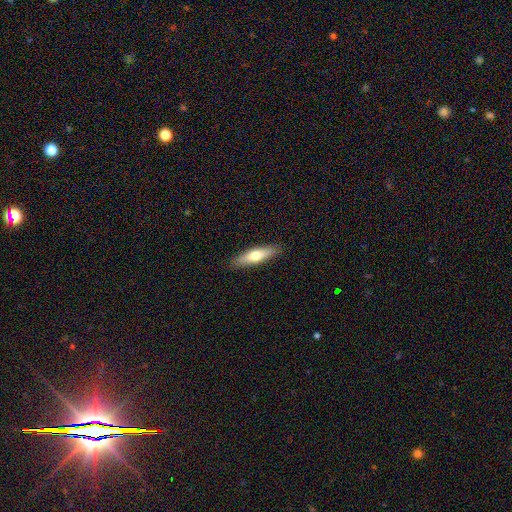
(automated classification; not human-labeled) Smooth or featured: smooth — 61% (featured or disk — 33%)
How rounded: cigar-shaped — 66% (in between — 32%)
Merging: none — 90% (minor disturbance — 8%)